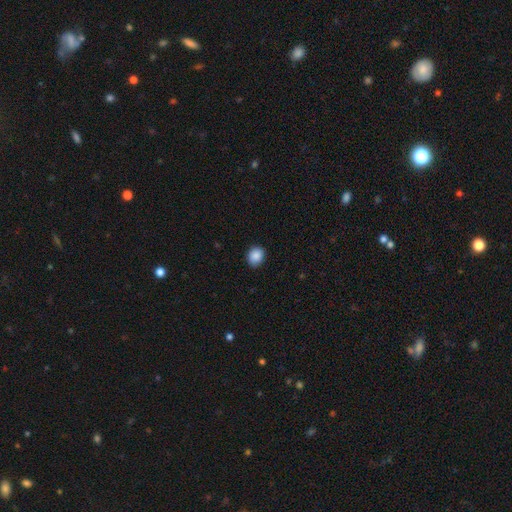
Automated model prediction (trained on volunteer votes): A smooth galaxy with no disk features (89%) that is round (59%). Merging: none (86%).